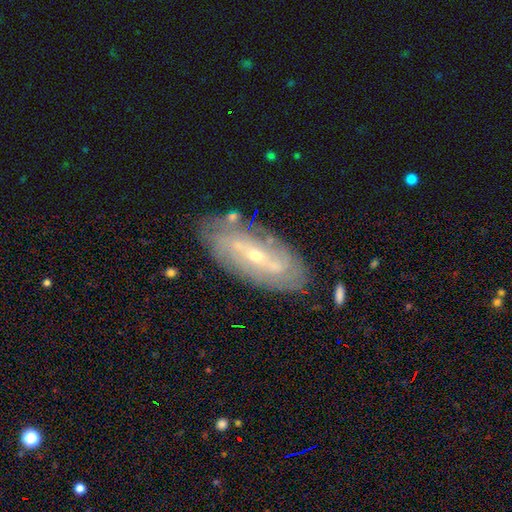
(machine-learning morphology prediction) smooth-or-featured: featured or disk: 80% | smooth: 14% | star or artifact: 7%
  disk-edge-on: no: 88% | yes: 12%
    bar: weak: 37% | no: 33% | strong: 30%
    has-spiral-arms: yes: 82% | no: 18%
      spiral-winding: tight: 55% | medium: 30% | loose: 15%
      spiral-arm-count: 2: 40% (tied) | can't tell: 40% (tied) | 3: 8% | 4: 5% | more than 4: 4% | 1: 4%
    bulge-size: small: 64% | moderate: 33% | large: 1% | none: 1% | dominant: 1%
  merging: none: 79% | minor disturbance: 14% | major disturbance: 4% | merger: 3%